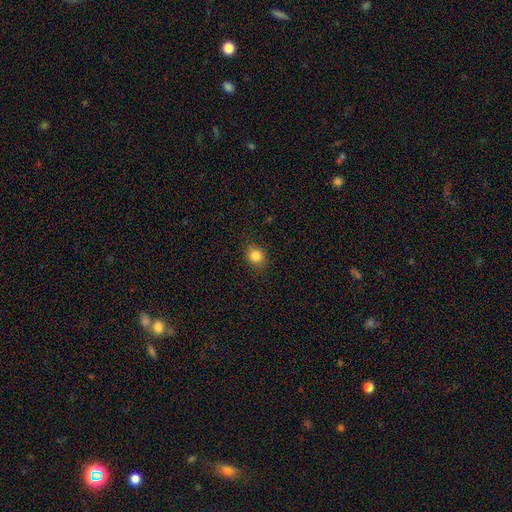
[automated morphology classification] The model was most divided on "how rounded": round: 69%, in between: 30%, cigar-shaped: 1%. More confident: merging — none (86%); smooth or featured — smooth (84%).